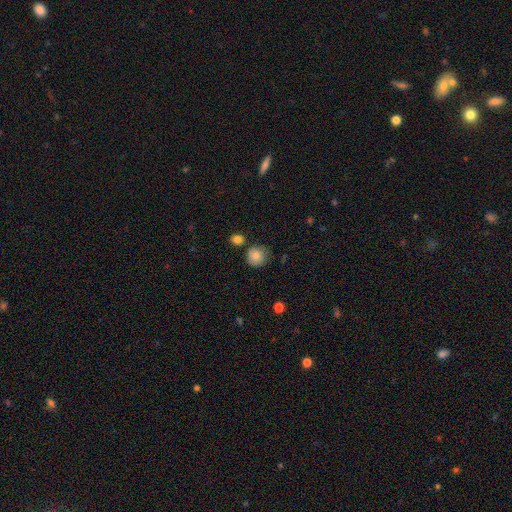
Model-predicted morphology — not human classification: Smooth or featured? Predicted: smooth (p=0.83). How rounded? Predicted: round (p=0.89). Merging? Predicted: none (p=0.70).